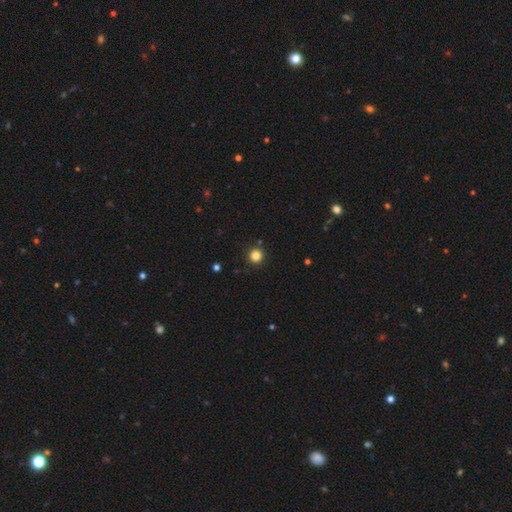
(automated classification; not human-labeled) smooth_or_featured: smooth (p=0.83) [alt: star or artifact p=0.13]
how_rounded: round (p=0.95) [alt: in between p=0.04]
merging: none (p=0.91) [alt: minor disturbance p=0.05]